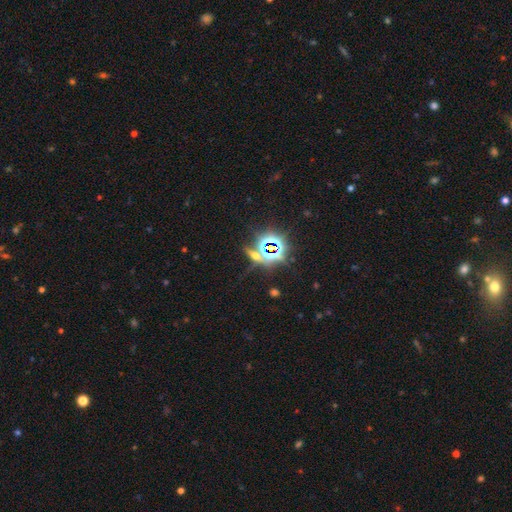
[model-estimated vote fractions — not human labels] A star or artifact, not a galaxy (67%).